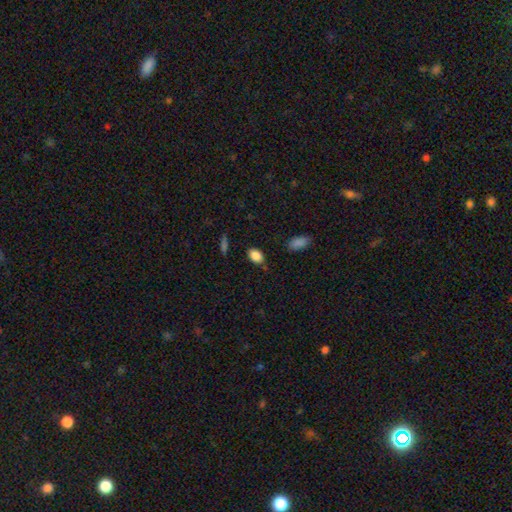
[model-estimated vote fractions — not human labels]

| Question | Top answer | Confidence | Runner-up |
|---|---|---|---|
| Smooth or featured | smooth | 86% | star or artifact (9%) |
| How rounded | in between | 82% | round (16%) |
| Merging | none | 81% | minor disturbance (13%) |